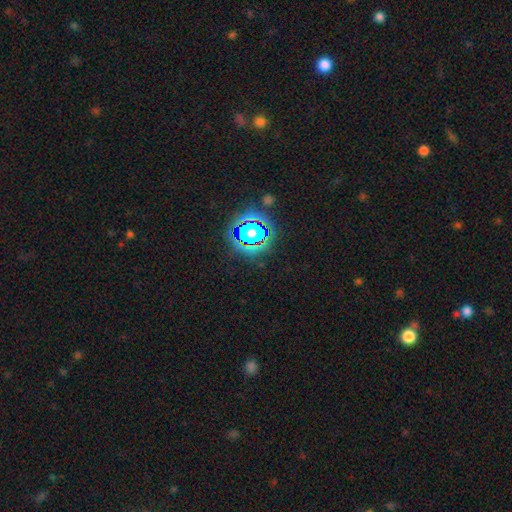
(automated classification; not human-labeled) Morphology: type=star or artifact (81%).